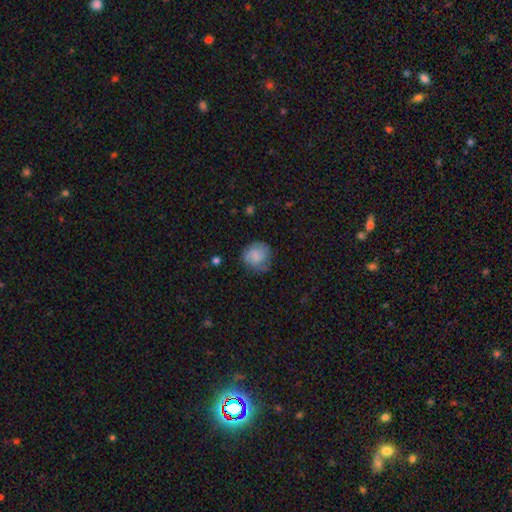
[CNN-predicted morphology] smooth-or-featured: smooth: 64% | featured or disk: 28% | star or artifact: 9%
  how-rounded: round: 83% | in between: 16% | cigar-shaped: 1%
  merging: none: 64% | minor disturbance: 24% | major disturbance: 10% | merger: 2%